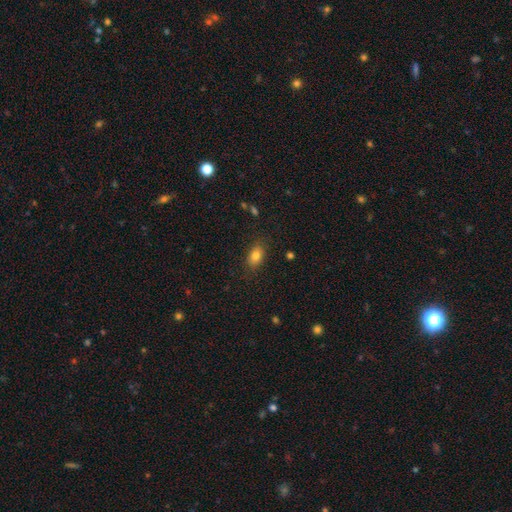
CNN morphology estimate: smooth_or_featured: smooth (p=0.81) [alt: star or artifact p=0.10]
how_rounded: in between (p=0.84) [alt: round p=0.13]
merging: none (p=0.84) [alt: minor disturbance p=0.11]